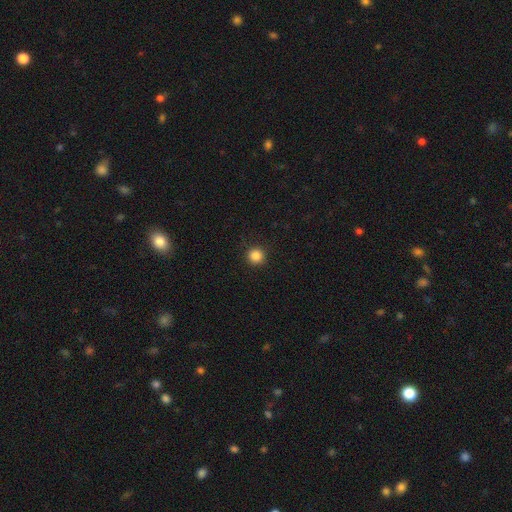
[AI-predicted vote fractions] Q: Smooth or featured?
A: smooth (85%); runner-up: star or artifact (11%)
Q: How rounded?
A: round (95%); runner-up: in between (4%)
Q: Merging?
A: none (92%); runner-up: minor disturbance (5%)